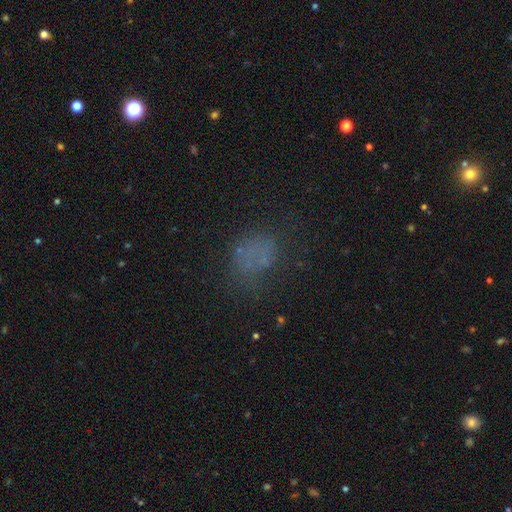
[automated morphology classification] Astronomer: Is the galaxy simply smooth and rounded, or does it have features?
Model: smooth — 55%.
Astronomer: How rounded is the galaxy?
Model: in between — 58% (runner-up: round, 40%).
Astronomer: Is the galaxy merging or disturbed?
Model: none — 59%.